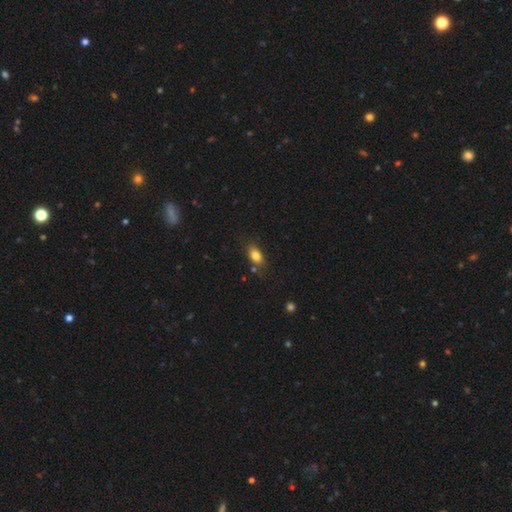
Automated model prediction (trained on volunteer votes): Overall: smooth (82%). How rounded: in between (86%). Merging: none (76%).